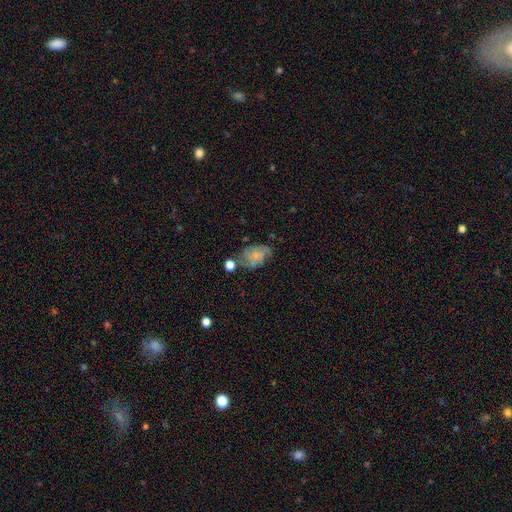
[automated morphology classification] Smooth or featured: featured or disk — 50% (smooth — 40%)
Merging: none — 45% (minor disturbance — 28%)